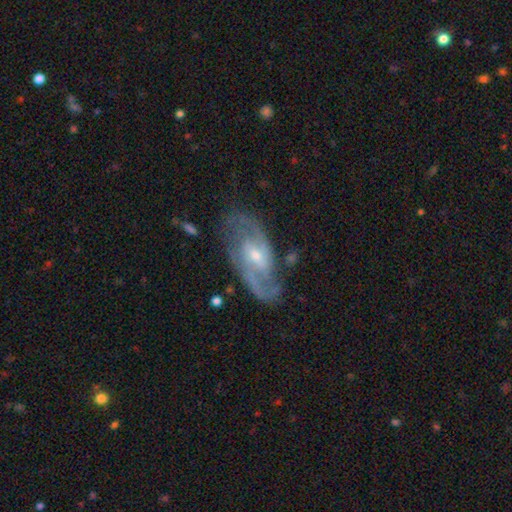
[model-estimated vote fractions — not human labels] Q: Smooth or featured?
A: featured or disk (89%); runner-up: smooth (6%)
Q: Edge-on disk?
A: no (95%); runner-up: yes (5%)
Q: Bar?
A: weak (51%); runner-up: no (30%)
Q: Spiral arms?
A: yes (97%); runner-up: no (3%)
Q: Spiral winding?
A: medium (54%); runner-up: tight (32%)
Q: Spiral arm count?
A: 2 (84%); runner-up: can't tell (6%)
Q: Bulge size?
A: small (58%); runner-up: moderate (38%)
Q: Merging?
A: none (76%); runner-up: minor disturbance (16%)